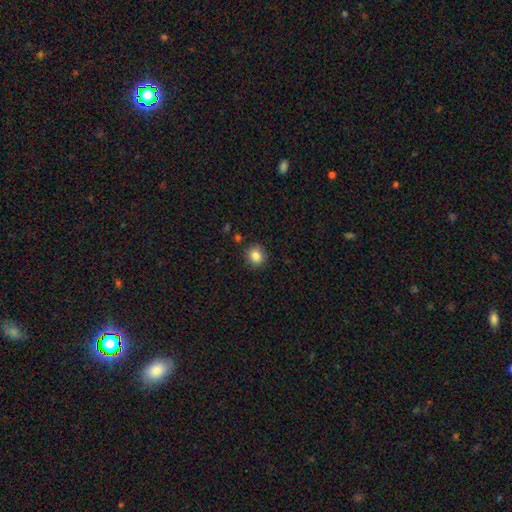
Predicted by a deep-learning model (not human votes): A smooth galaxy with no disk features (85%) that is round (86%). Merging: none (89%).